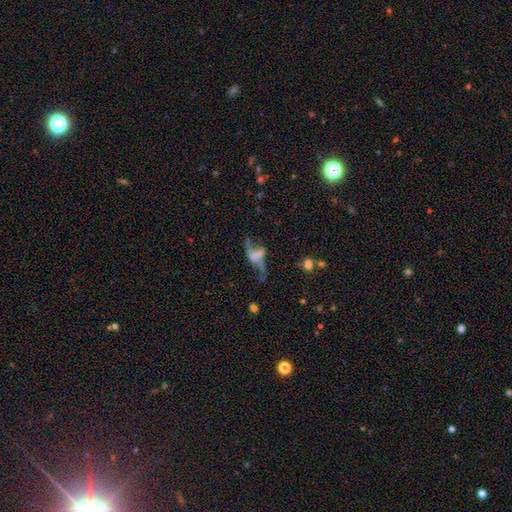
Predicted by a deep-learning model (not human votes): Smooth or featured? Predicted: featured or disk (p=0.72). Edge-on disk? Predicted: no (p=0.95). Bar? Predicted: no (p=0.43). Spiral arms? Predicted: yes (p=0.83). Spiral winding? Predicted: loose (p=0.90). Spiral arm count? Predicted: 2 (p=0.88). Bulge size? Predicted: none (p=0.66). Merging? Predicted: none (p=0.44).